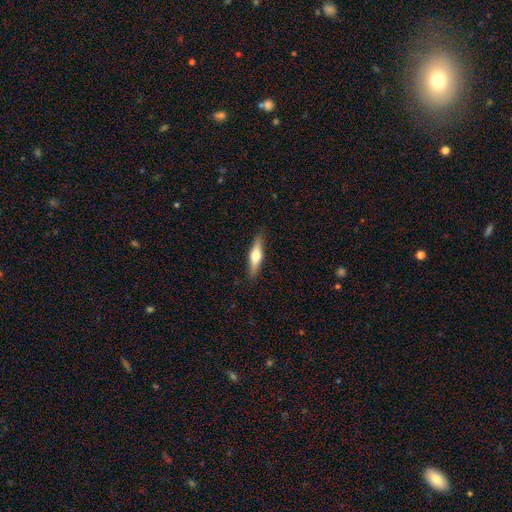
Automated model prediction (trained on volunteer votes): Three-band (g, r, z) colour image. It shows a featured or disk galaxy (49%). Merging: none (89%).